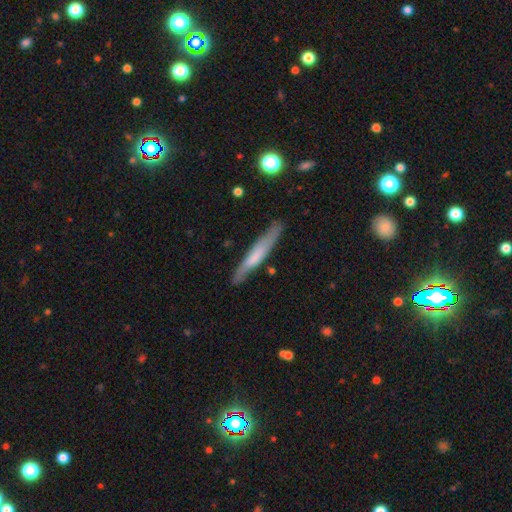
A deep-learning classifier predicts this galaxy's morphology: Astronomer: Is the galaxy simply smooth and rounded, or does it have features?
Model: smooth — 51% (runner-up: featured or disk, 43%).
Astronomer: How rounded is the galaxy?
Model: cigar-shaped — 94%.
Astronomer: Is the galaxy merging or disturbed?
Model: none — 80%.